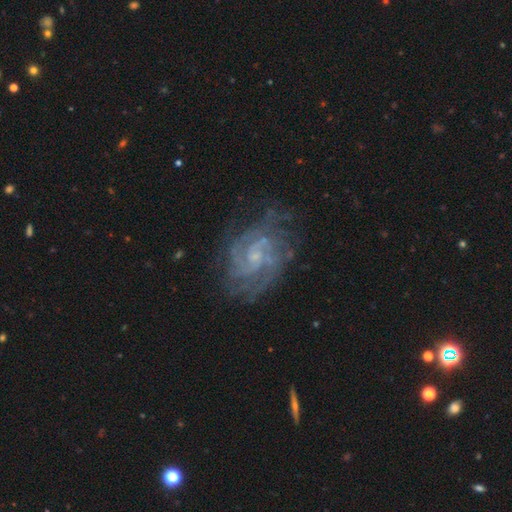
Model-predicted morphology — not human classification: featured or disk 87%, star or artifact 7%, smooth 6%. Down the decision tree: edge-on disk — no (98%); bar — no (47%); spiral arms — yes (97%); spiral arm count — 2 (43%); spiral winding — tight (50%); bulge size — small (66%); merging — none (71%).